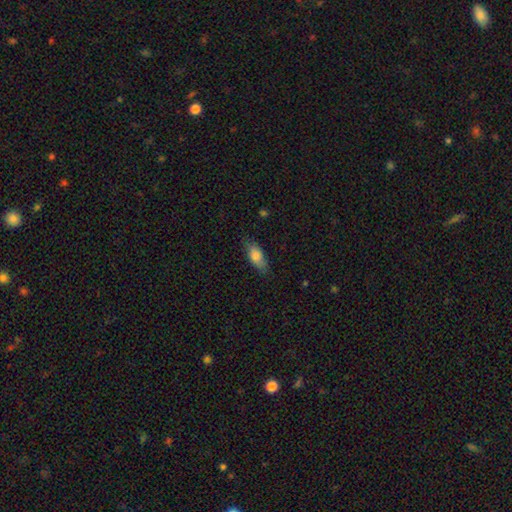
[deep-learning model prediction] A smooth galaxy with no disk features (78%) that is in between round and cigar-shaped (79%).

Vote fractions:
- Smooth or featured? smooth: 78% / featured or disk: 15% / star or artifact: 7%
- How rounded? in between: 79% / cigar-shaped: 18% / round: 3%
- Merging? none: 77% / minor disturbance: 18% / major disturbance: 4% / merger: 1%